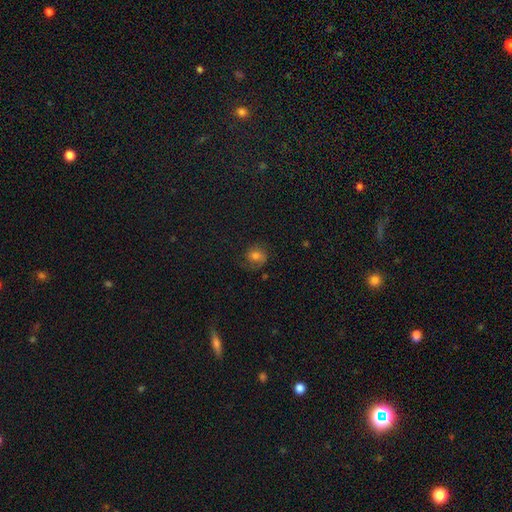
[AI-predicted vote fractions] Smooth or featured: smooth — 64% (featured or disk — 22%)
How rounded: round — 78% (in between — 21%)
Merging: none — 62% (minor disturbance — 22%)